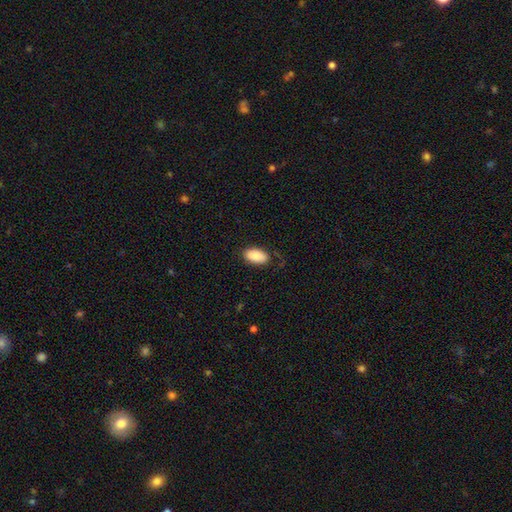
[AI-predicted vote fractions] Smooth or featured? smooth (86%)
How rounded? in between (94%)
Merging? none (78%)